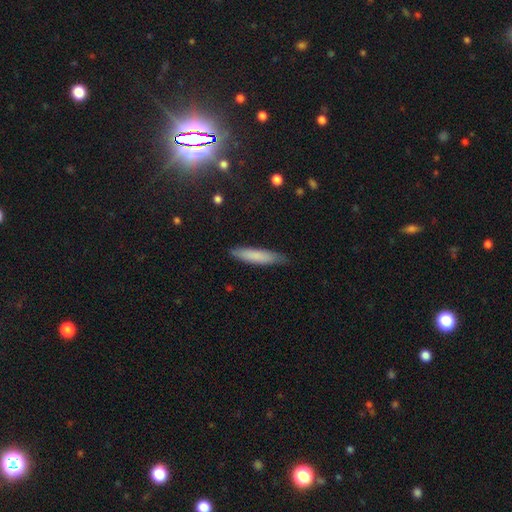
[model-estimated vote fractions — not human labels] smooth_or_featured: smooth (p=0.80) [alt: featured or disk p=0.14]
how_rounded: cigar-shaped (p=0.83) [alt: in between p=0.15]
merging: none (p=0.84) [alt: minor disturbance p=0.13]